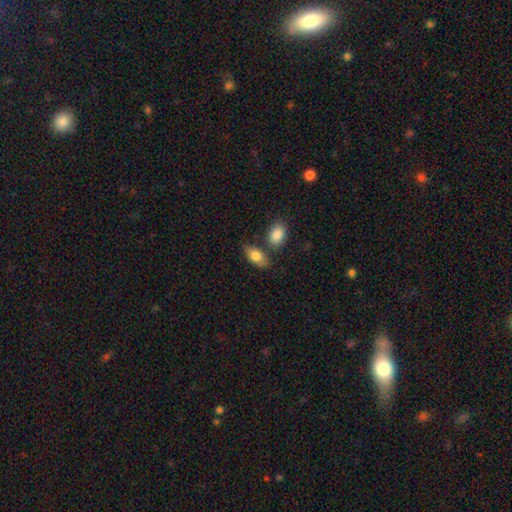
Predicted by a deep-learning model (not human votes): Smooth or featured?
  - smooth: 80% *
  - featured or disk: 13%
  - star or artifact: 6%
How rounded?
  - in between: 89% *
  - cigar-shaped: 6%
  - round: 6%
Merging?
  - none: 65% *
  - merger: 18%
  - minor disturbance: 14%
  - major disturbance: 4%